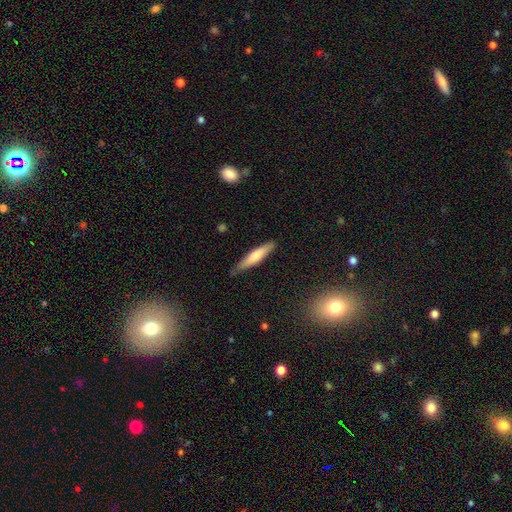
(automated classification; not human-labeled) smooth-or-featured: smooth: 60% | featured or disk: 34% | star or artifact: 6%
  how-rounded: cigar-shaped: 87% | in between: 11% | round: 1%
  merging: none: 82% | minor disturbance: 15% | major disturbance: 2% | merger: 1%